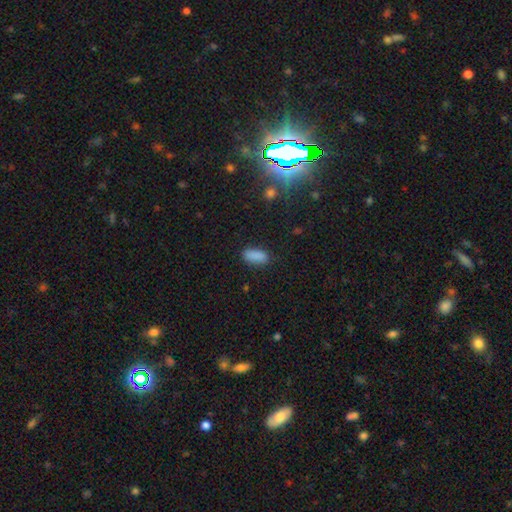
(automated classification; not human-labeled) smooth-or-featured: smooth: 88% | star or artifact: 8% | featured or disk: 4%
  how-rounded: in between: 86% | cigar-shaped: 12% | round: 3%
  merging: none: 82% | minor disturbance: 13% | major disturbance: 3% | merger: 2%